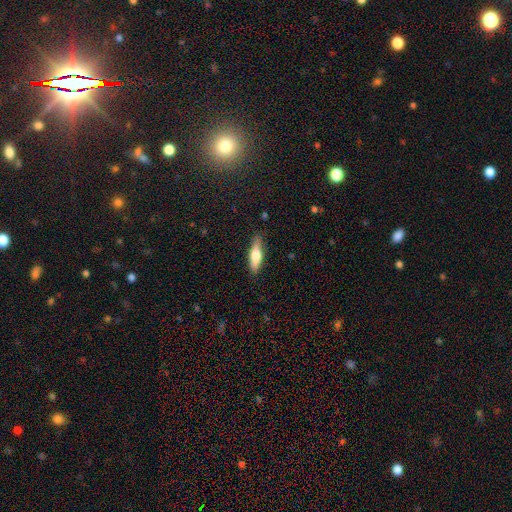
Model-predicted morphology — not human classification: A smooth galaxy with no disk features (58%) that is cigar-shaped (60%). Merging: none (85%).